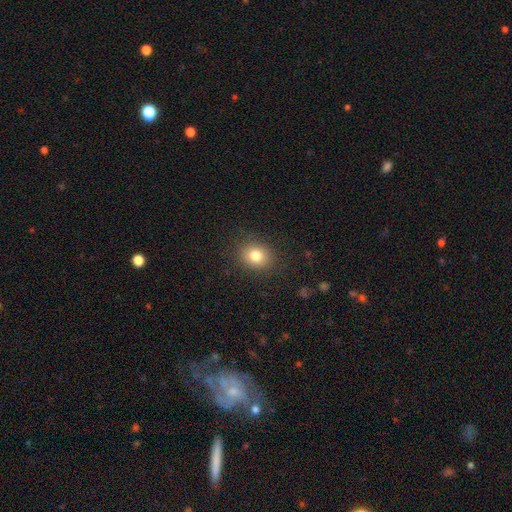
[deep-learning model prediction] Smooth or featured?
  - smooth: 81% *
  - star or artifact: 11%
  - featured or disk: 8%
How rounded?
  - round: 63% *
  - in between: 36%
  - cigar-shaped: 1%
Merging?
  - none: 87% *
  - minor disturbance: 9%
  - major disturbance: 3%
  - merger: 1%